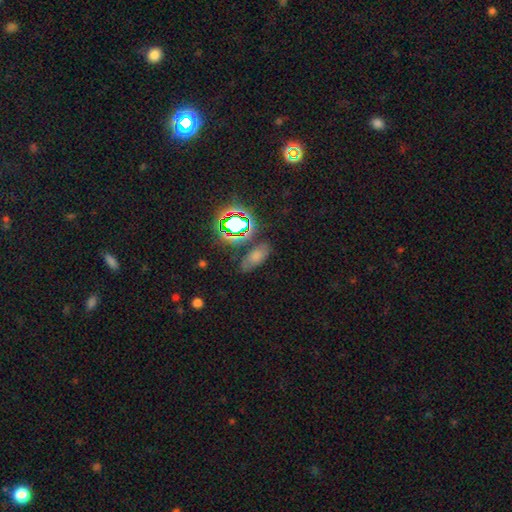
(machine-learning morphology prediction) A smooth galaxy with no disk features (60%) that is in between round and cigar-shaped (82%). Merging: none (73%).